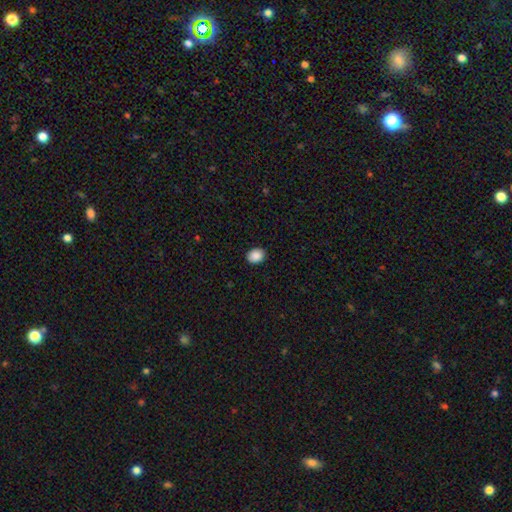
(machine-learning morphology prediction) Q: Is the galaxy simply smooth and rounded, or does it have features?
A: smooth — 89%.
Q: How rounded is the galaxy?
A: in between — 54%.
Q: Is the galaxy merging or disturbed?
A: none — 90%.